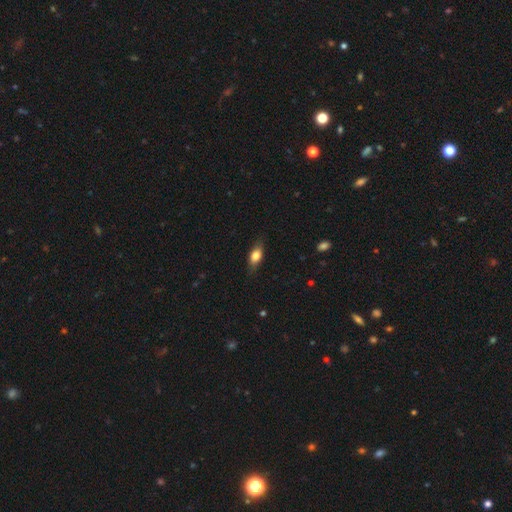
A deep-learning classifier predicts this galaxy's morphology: smooth 77%, featured or disk 16%, star or artifact 7%. Down the decision tree: how rounded — in between (80%); merging — none (80%).